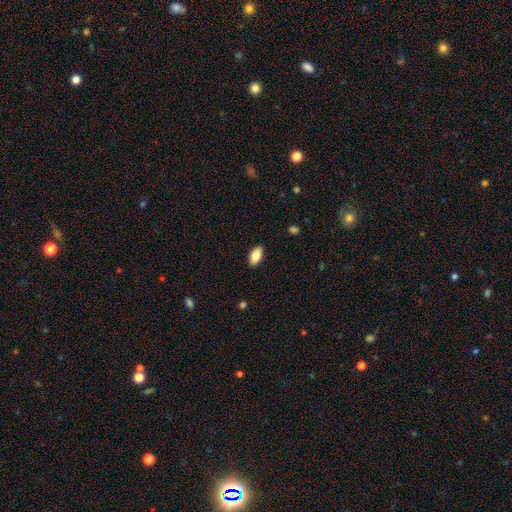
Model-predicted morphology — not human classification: The model was most divided on "smooth or featured": smooth: 84%, featured or disk: 9%, star or artifact: 7%. More confident: how rounded — in between (93%); merging — none (89%).